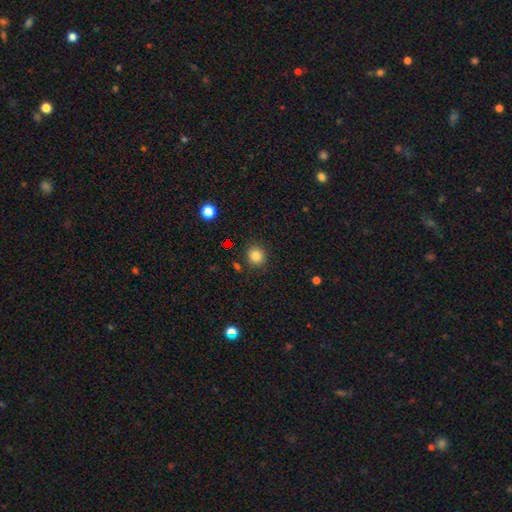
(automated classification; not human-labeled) Smooth or featured: smooth — 82% (star or artifact — 13%)
How rounded: round — 86% (in between — 13%)
Merging: none — 87% (minor disturbance — 8%)